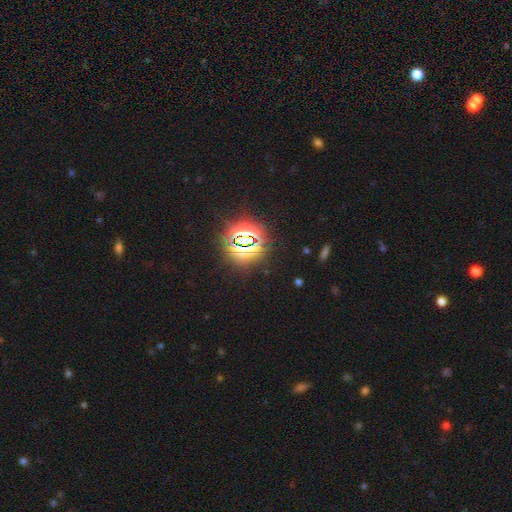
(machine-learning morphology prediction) smooth-or-featured: star or artifact: 81% | smooth: 13% | featured or disk: 6%